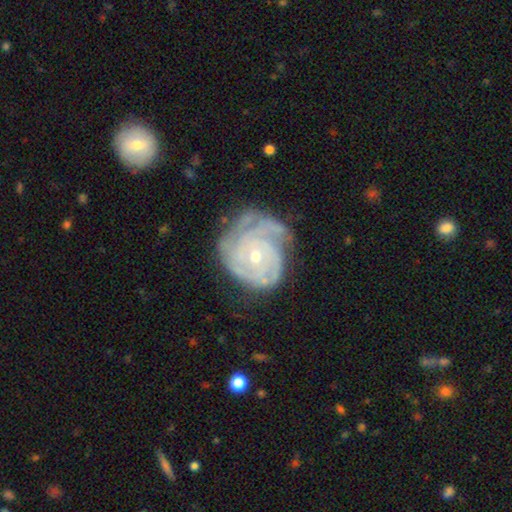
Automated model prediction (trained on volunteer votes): Smooth or featured? featured or disk (87%)
Edge-on disk? no (98%)
Bar? no (77%)
Spiral arms? yes (97%)
Spiral winding? tight (78%)
Spiral arm count? 3 (28%)
Bulge size? small (60%)
Merging? none (60%)